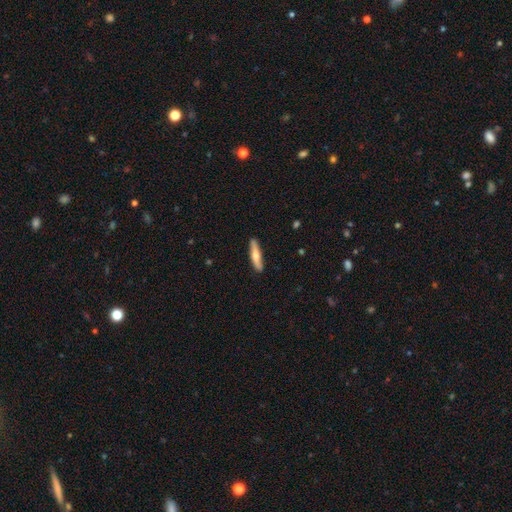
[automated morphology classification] The model was most divided on "smooth or featured": smooth: 56%, featured or disk: 38%, star or artifact: 5%. More confident: merging — none (88%); how rounded — cigar-shaped (84%).